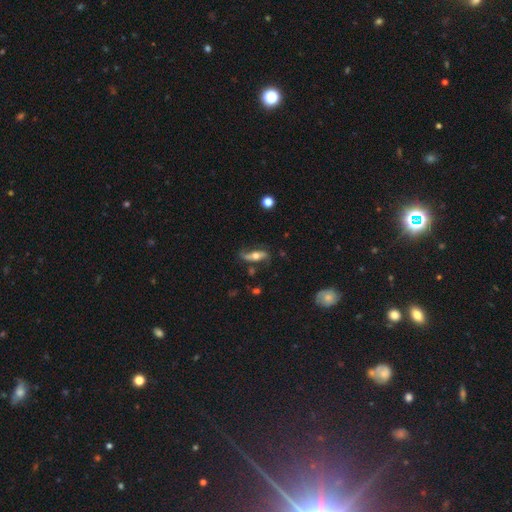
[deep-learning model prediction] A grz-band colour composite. It shows a featured or disk galaxy (64%). Merging: none (64%).